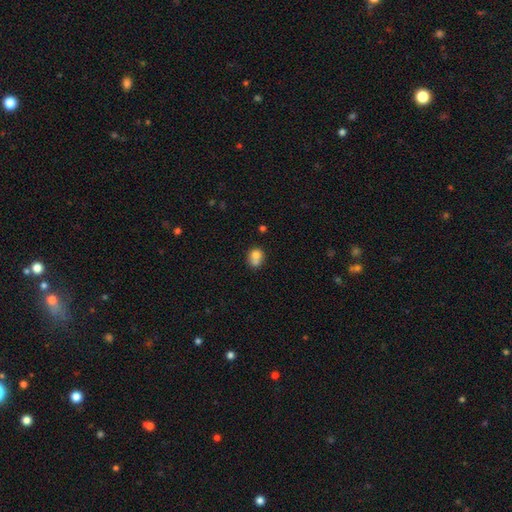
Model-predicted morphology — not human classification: Q: Smooth or featured?
A: smooth (73%); runner-up: featured or disk (17%)
Q: How rounded?
A: round (62%); runner-up: in between (37%)
Q: Merging?
A: merger (52%); runner-up: none (32%)